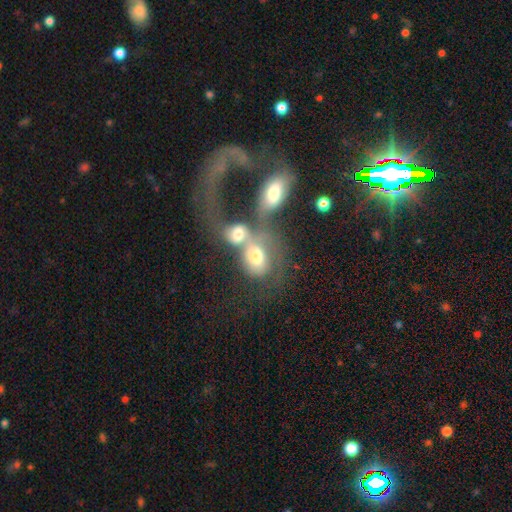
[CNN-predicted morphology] This appears to be a featured or disk galaxy (44%, tied with smooth). Merging: merger (69%).